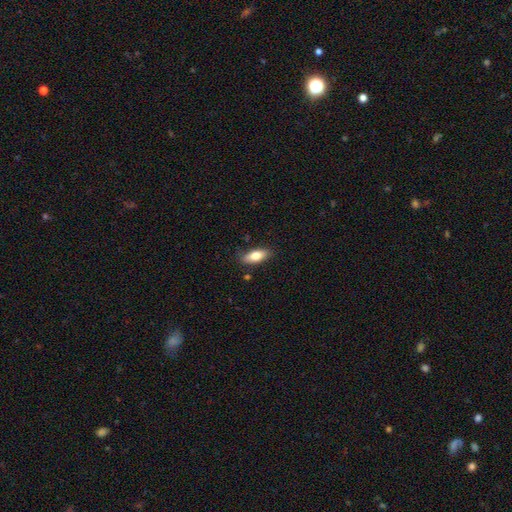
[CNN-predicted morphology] Smooth or featured? smooth (77%)
How rounded? in between (74%)
Merging? none (84%)